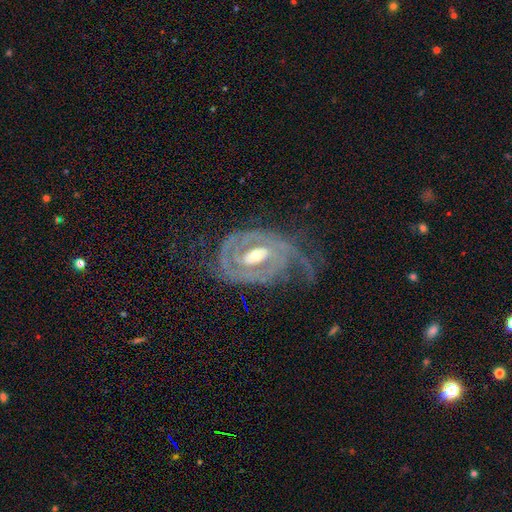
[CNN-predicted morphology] Smooth or featured? Predicted: featured or disk (p=0.89). Edge-on disk? Predicted: no (p=0.96). Bar? Predicted: weak (p=0.42). Spiral arms? Predicted: yes (p=0.94). Spiral winding? Predicted: tight (p=0.63). Spiral arm count? Predicted: 2 (p=0.46). Bulge size? Predicted: moderate (p=0.57). Merging? Predicted: none (p=0.51).